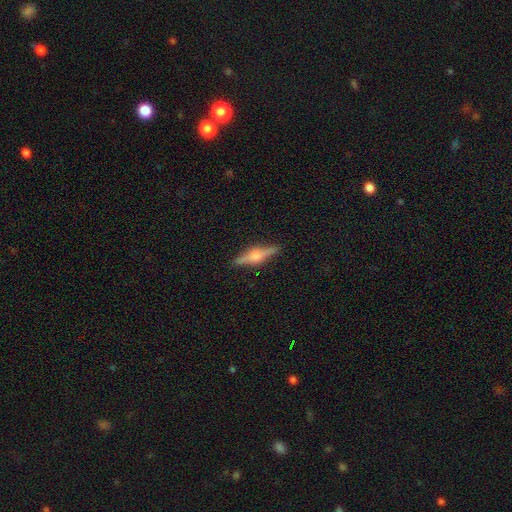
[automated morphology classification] smooth_or_featured: featured or disk (p=0.69) [alt: smooth p=0.24]
disk_edge_on: yes (p=0.97) [alt: no p=0.03]
edge_on_bulge: rounded (p=0.88) [alt: boxy p=0.09]
merging: none (p=0.88) [alt: minor disturbance p=0.09]